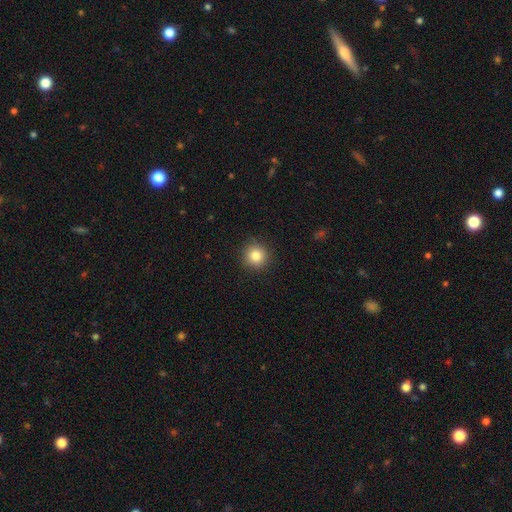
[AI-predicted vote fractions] Smooth or featured: smooth — 83% (star or artifact — 11%)
How rounded: round — 94% (in between — 5%)
Merging: none — 91% (minor disturbance — 6%)